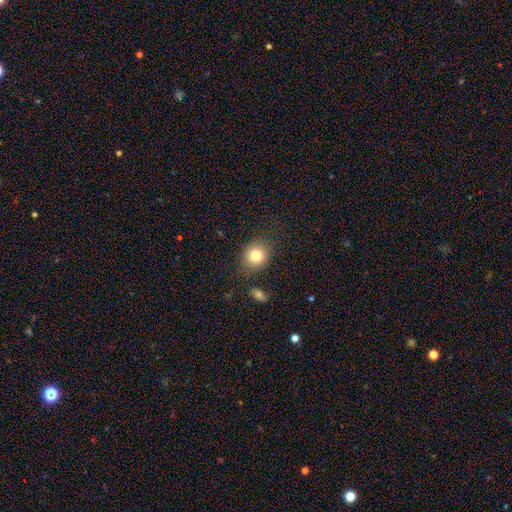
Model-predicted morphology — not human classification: A smooth galaxy with no disk features (81%) that is round (73%).

Vote fractions:
- Smooth or featured? smooth: 81% / star or artifact: 10% / featured or disk: 9%
- How rounded? round: 73% / in between: 26% / cigar-shaped: 1%
- Merging? none: 80% / minor disturbance: 12% / major disturbance: 4% / merger: 4%